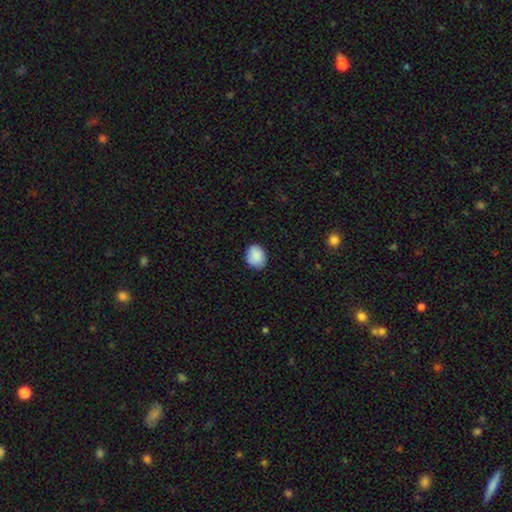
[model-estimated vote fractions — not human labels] A smooth galaxy with no disk features (89%) that is in between round and cigar-shaped (50%).

Vote fractions:
- Smooth or featured? smooth: 89% / star or artifact: 7% / featured or disk: 4%
- How rounded? in between: 50% / round: 49% / cigar-shaped: 1%
- Merging? none: 80% / minor disturbance: 16% / major disturbance: 3% / merger: 1%